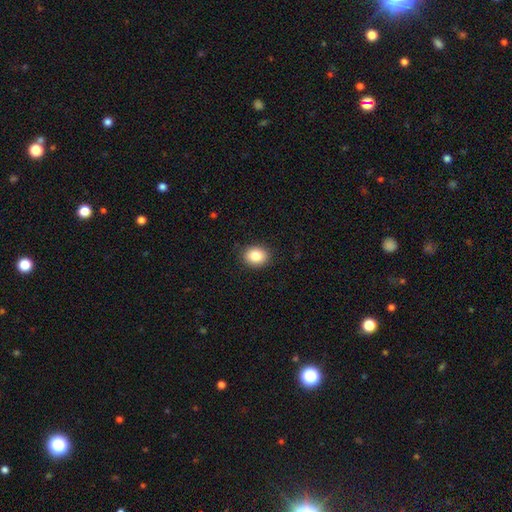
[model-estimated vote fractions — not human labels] Smooth or featured?
  - smooth: 85% *
  - star or artifact: 9%
  - featured or disk: 6%
How rounded?
  - round: 53% *
  - in between: 46%
  - cigar-shaped: 1%
Merging?
  - none: 89% *
  - minor disturbance: 8%
  - major disturbance: 2%
  - merger: 1%